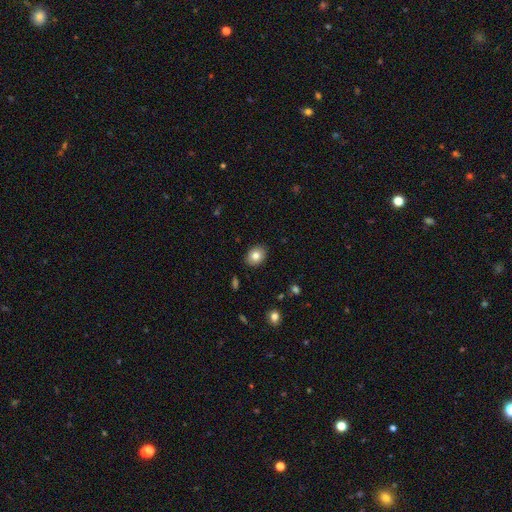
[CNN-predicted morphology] A smooth galaxy with no disk features (81%) that is in between round and cigar-shaped (66%). Merging: none (88%).